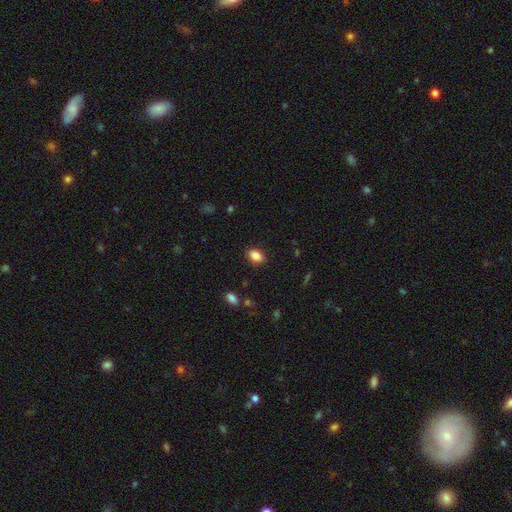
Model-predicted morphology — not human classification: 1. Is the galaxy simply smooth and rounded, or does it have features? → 86% smooth, 9% star or artifact, 5% featured or disk.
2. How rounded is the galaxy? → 83% in between, 16% round, 1% cigar-shaped.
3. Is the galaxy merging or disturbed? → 87% none, 9% minor disturbance, 2% major disturbance, 1% merger.